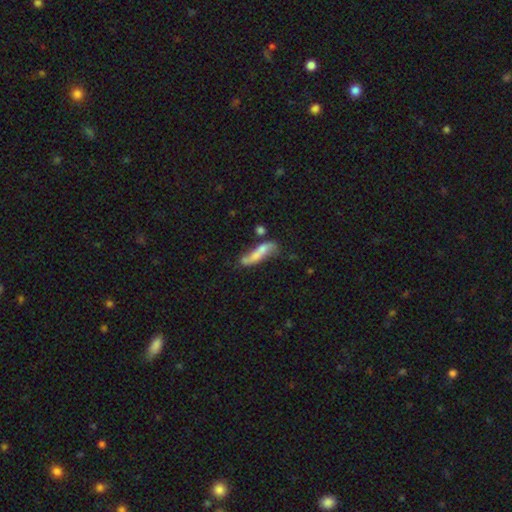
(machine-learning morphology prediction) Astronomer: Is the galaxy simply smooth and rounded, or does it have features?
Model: smooth — 51% (runner-up: featured or disk, 41%).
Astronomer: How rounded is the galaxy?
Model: cigar-shaped — 67%.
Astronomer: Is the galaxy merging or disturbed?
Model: none — 44% (runner-up: minor disturbance, 24%).